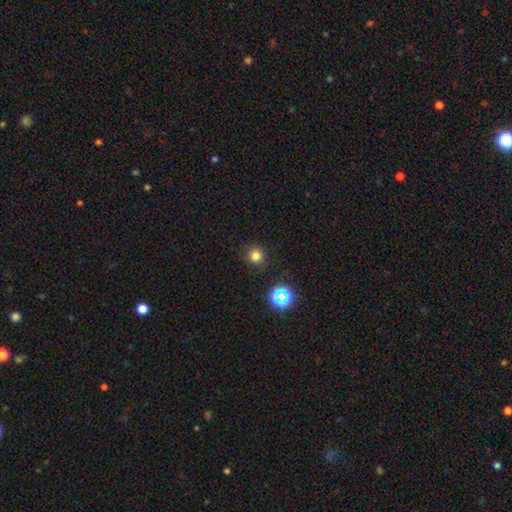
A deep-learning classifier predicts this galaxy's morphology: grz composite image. It shows a smooth galaxy with no disk features (77%) that is round (95%). Merging: none (90%).